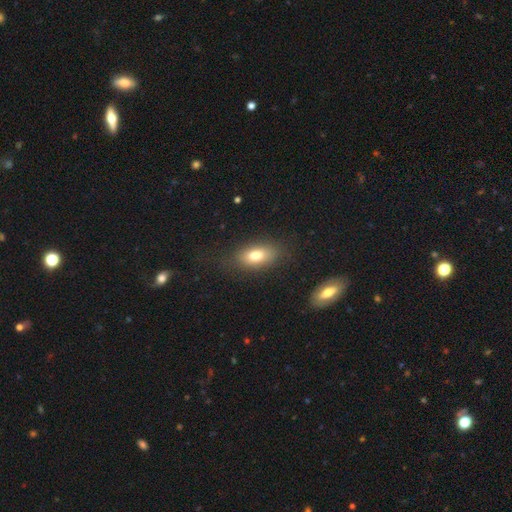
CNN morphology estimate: Smooth or featured? smooth (77%)
How rounded? in between (87%)
Merging? none (78%)